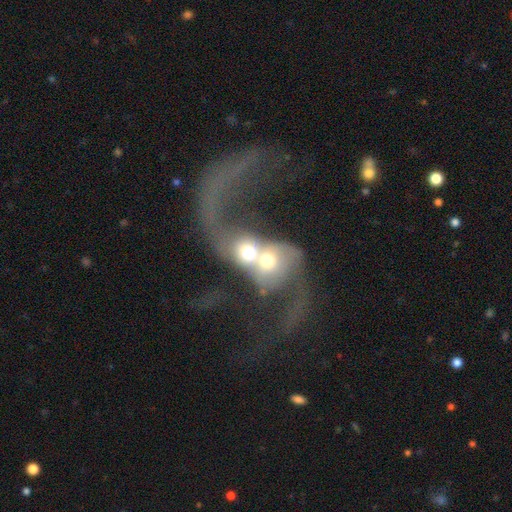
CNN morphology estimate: A featured or disk galaxy (68%) with no bar (69%), spiral arms (75%) and a moderate central bulge (51%).

Vote fractions:
- Smooth or featured? featured or disk: 68% / smooth: 23% / star or artifact: 9%
- Edge-on disk? no: 96% / yes: 4%
- Bar? no: 69% / weak: 20% / strong: 10%
- Spiral arms? yes: 75% / no: 25%
- Bulge size? moderate: 51% / small: 20% / large: 18% / dominant: 7% / none: 4%
- Merging? merger: 82% / major disturbance: 10% / none: 5% / minor disturbance: 2%